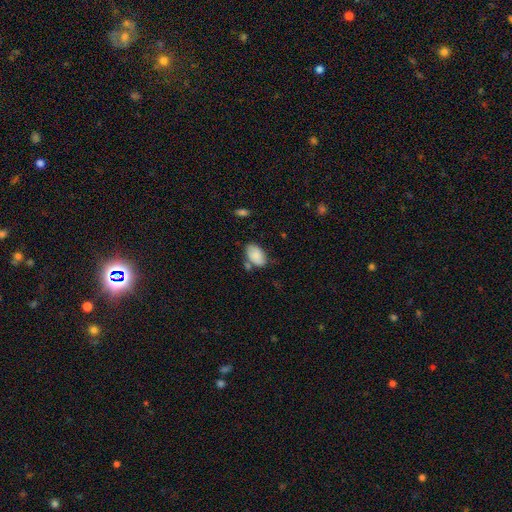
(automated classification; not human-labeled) A smooth galaxy with no disk features (82%) that is in between round and cigar-shaped (90%). Merging: none (51%).